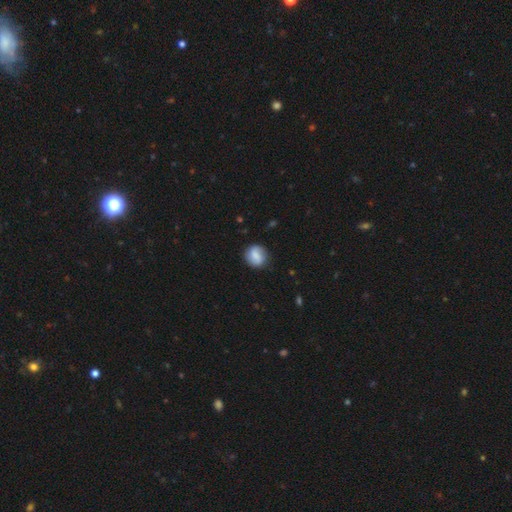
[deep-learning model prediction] smooth_or_featured: smooth (p=0.71) [alt: featured or disk p=0.22]
how_rounded: round (p=0.77) [alt: in between p=0.22]
merging: none (p=0.80) [alt: minor disturbance p=0.15]